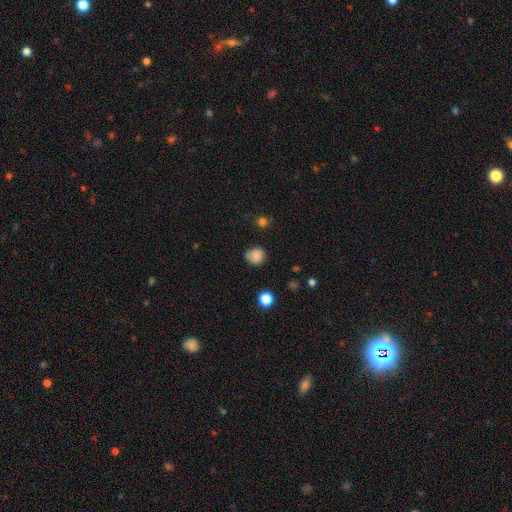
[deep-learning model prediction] This appears to be a smooth galaxy with no disk features (81%) that is round (85%). Merging: none (71%).